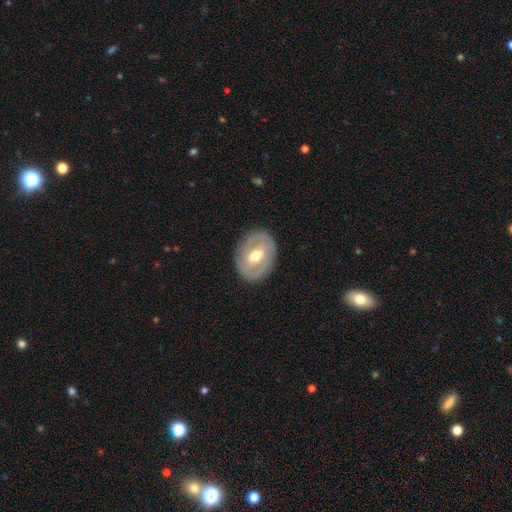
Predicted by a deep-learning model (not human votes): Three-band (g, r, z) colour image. It shows a featured or disk galaxy (62%) with a weak bar (42%), no spiral arms (57%) and a moderate central bulge (76%). Merging: none (84%).